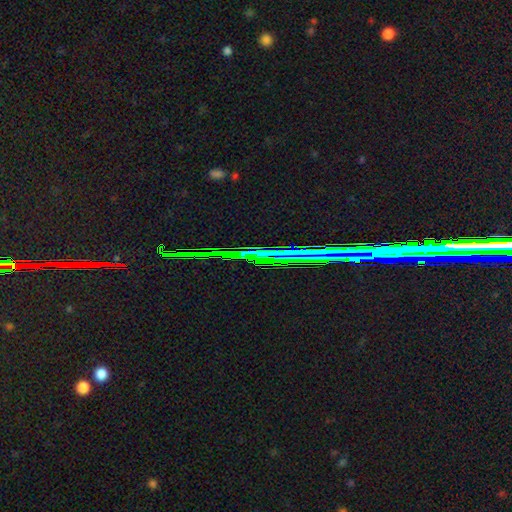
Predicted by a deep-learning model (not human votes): A star or artifact, not a galaxy (81%).